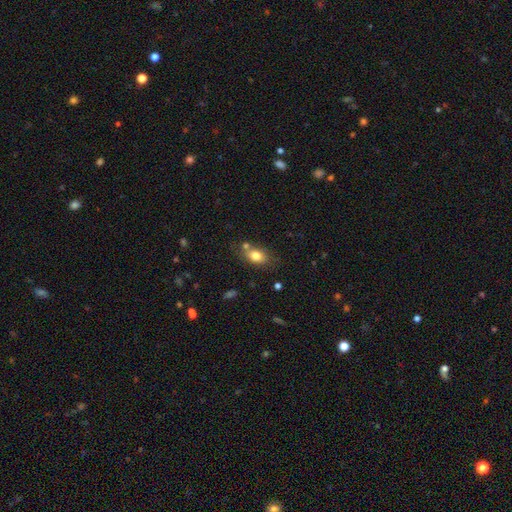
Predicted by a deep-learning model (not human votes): The model was most divided on "merging": none: 63%, minor disturbance: 16%, merger: 16%, major disturbance: 5%. More confident: how rounded — in between (79%); smooth or featured — smooth (78%).